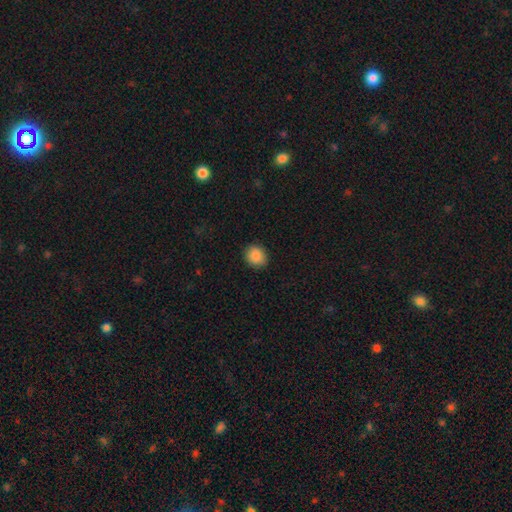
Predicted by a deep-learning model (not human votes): A smooth galaxy with no disk features (88%) that is round (76%).

Vote fractions:
- Smooth or featured? smooth: 88% / star or artifact: 9% / featured or disk: 4%
- How rounded? round: 76% / in between: 23% / cigar-shaped: 1%
- Merging? none: 90% / minor disturbance: 7% / major disturbance: 2% / merger: 1%